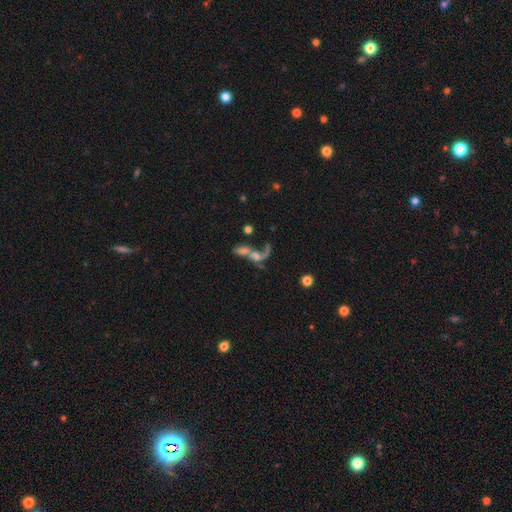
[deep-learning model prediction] smooth-or-featured: featured or disk: 54% | smooth: 31% | star or artifact: 14%
  disk-edge-on: no: 91% | yes: 9%
  merging: merger: 59% | major disturbance: 18% | none: 16% | minor disturbance: 7%